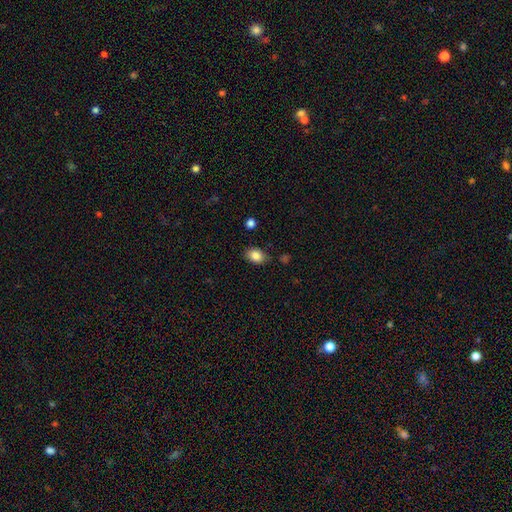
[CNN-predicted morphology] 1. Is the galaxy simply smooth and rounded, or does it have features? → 85% smooth, 9% star or artifact, 6% featured or disk.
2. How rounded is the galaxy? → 72% in between, 27% round, 1% cigar-shaped.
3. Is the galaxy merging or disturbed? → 80% none, 14% minor disturbance, 3% major disturbance, 2% merger.